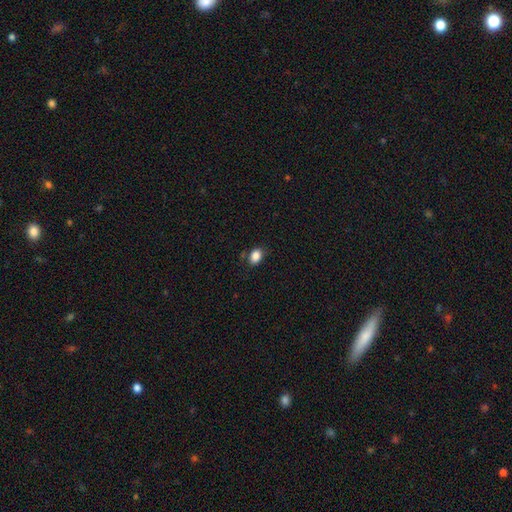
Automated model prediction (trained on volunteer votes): The model was most divided on "how rounded": in between: 71%, round: 28%, cigar-shaped: 1%. More confident: smooth or featured — smooth (86%); merging — none (80%).